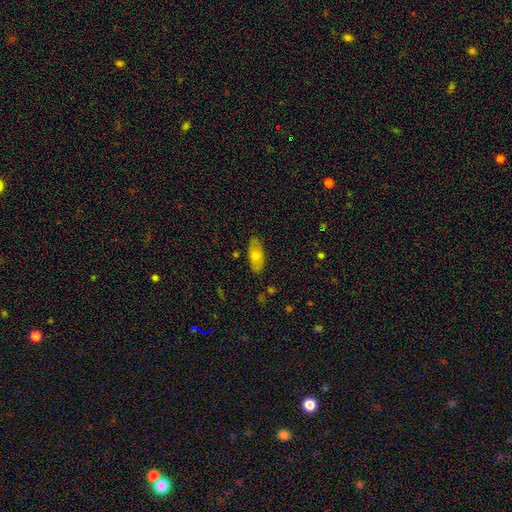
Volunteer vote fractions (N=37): Smooth or featured? 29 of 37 (78%) said smooth. How rounded? 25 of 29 (86%) said in between. Merging? 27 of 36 (75%) said none.